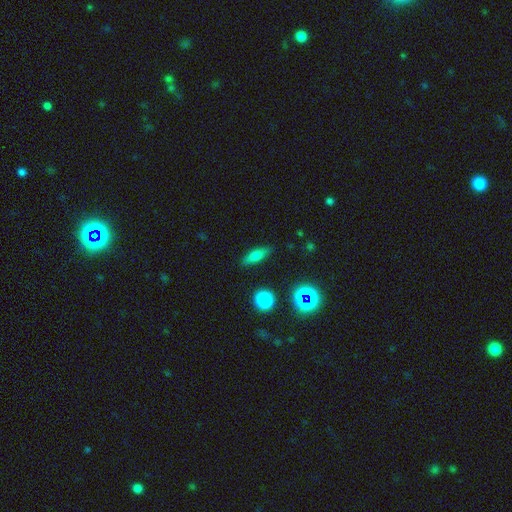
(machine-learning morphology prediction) Smooth or featured: smooth — 66% (featured or disk — 22%)
How rounded: cigar-shaped — 48% (in between — 46%)
Merging: none — 85% (minor disturbance — 10%)